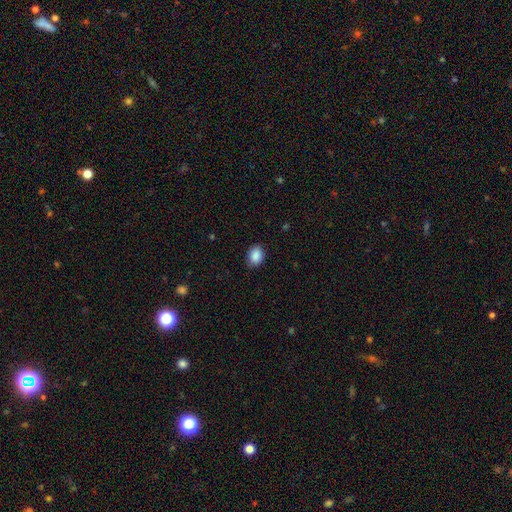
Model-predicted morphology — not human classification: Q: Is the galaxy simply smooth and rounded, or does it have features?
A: smooth — 89%.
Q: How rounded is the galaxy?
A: in between — 69%.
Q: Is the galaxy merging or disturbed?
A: none — 86%.